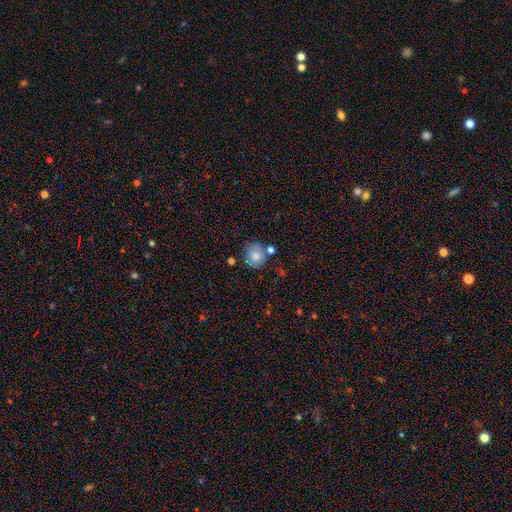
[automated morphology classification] Smooth or featured: smooth — 79% (featured or disk — 12%)
How rounded: round — 83% (in between — 16%)
Merging: none — 69% (minor disturbance — 16%)